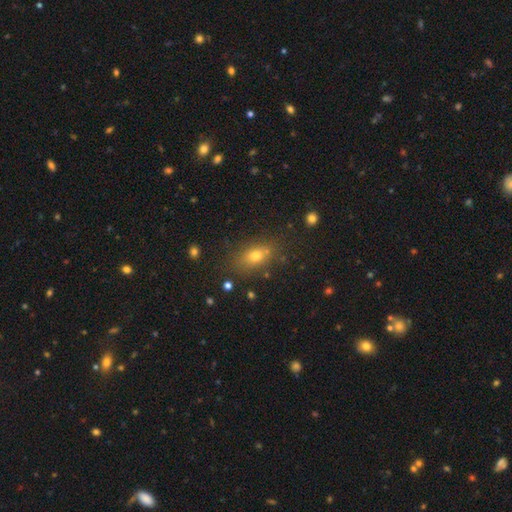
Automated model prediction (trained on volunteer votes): Overall: smooth (71%). How rounded: in between (74%). Merging: none (75%).